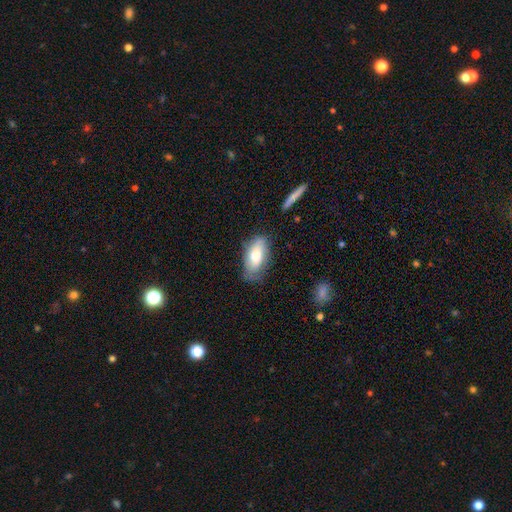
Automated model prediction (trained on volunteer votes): Smooth or featured? Predicted: smooth (p=0.71). How rounded? Predicted: in between (p=0.91). Merging? Predicted: none (p=0.69).